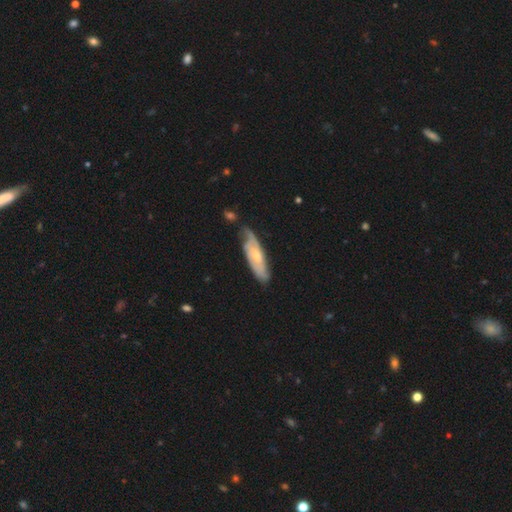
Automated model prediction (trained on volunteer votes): Smooth or featured: featured or disk — 65% (smooth — 30%)
Edge-on disk: no — 75% (yes — 25%)
Merging: none — 63% (minor disturbance — 26%)